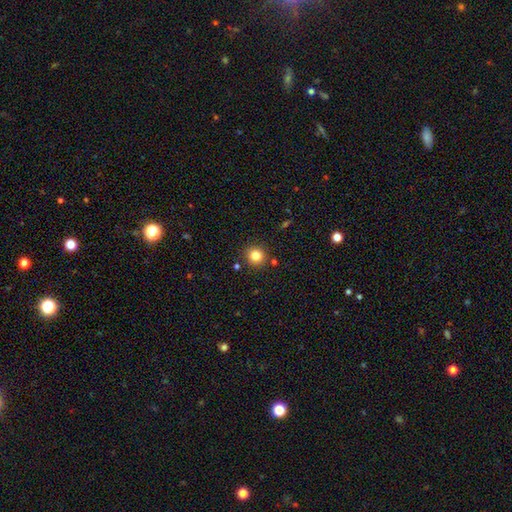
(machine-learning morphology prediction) Smooth or featured? smooth (82%)
How rounded? round (91%)
Merging? none (88%)